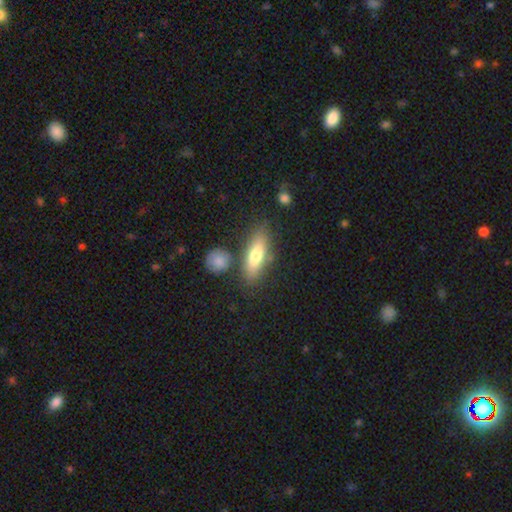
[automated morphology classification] Overall: smooth (69%). How rounded: in between (58%; cigar-shaped 39%). Merging: none (73%).